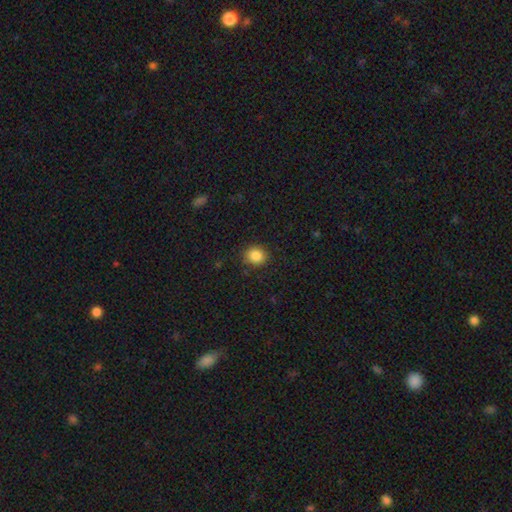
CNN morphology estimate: A smooth galaxy with no disk features (85%) that is round (83%). Merging: none (87%).